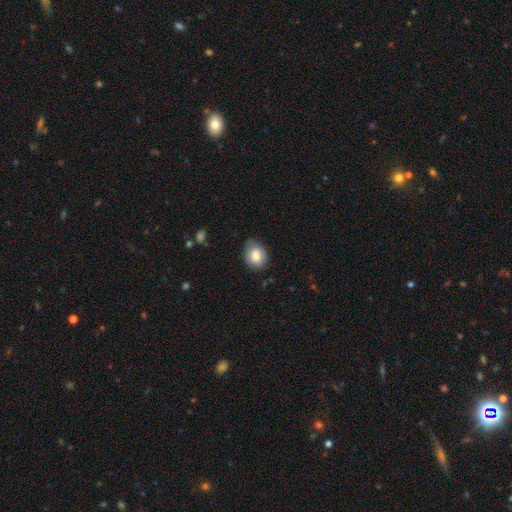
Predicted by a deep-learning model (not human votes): A smooth galaxy with no disk features (83%) that is in between round and cigar-shaped (66%). Merging: none (77%).